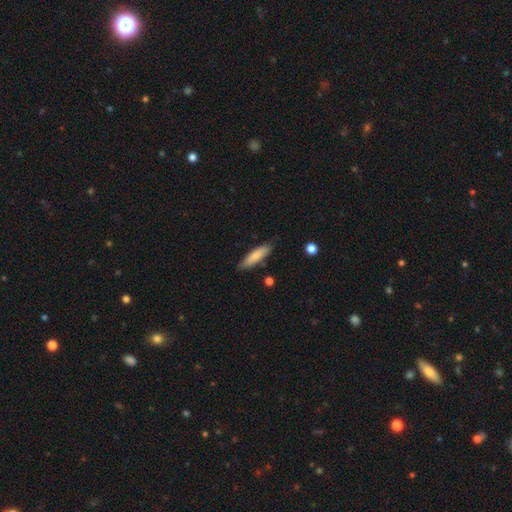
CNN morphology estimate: This is likely a smooth galaxy (78%). How rounded: likely cigar-shaped (72%). Merging: clearly none (81%).